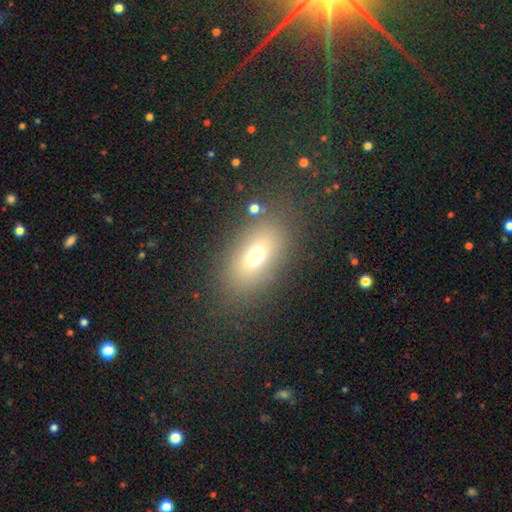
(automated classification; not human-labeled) Smooth or featured? smooth (68%)
How rounded? in between (80%)
Merging? none (79%)